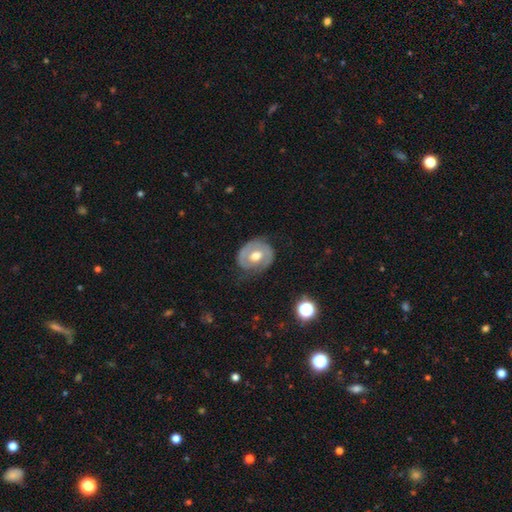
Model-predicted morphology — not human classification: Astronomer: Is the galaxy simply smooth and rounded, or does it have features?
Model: featured or disk — 69%.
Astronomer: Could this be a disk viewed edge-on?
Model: no — 96%.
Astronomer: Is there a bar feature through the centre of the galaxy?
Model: no — 58% (runner-up: weak, 33%).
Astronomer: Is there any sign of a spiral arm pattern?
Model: yes — 68%.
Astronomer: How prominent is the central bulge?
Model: moderate — 72%.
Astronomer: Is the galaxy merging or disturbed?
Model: none — 69%.